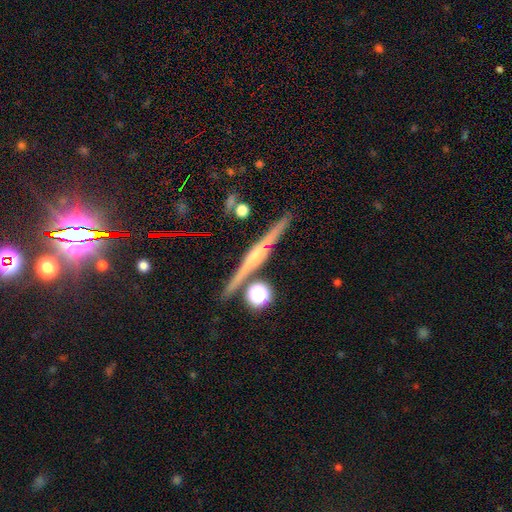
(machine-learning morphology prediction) featured or disk 77%, smooth 12%, star or artifact 11%. Down the decision tree: edge-on disk — yes (98%); edge-on bulge — rounded (68%); merging — none (88%).